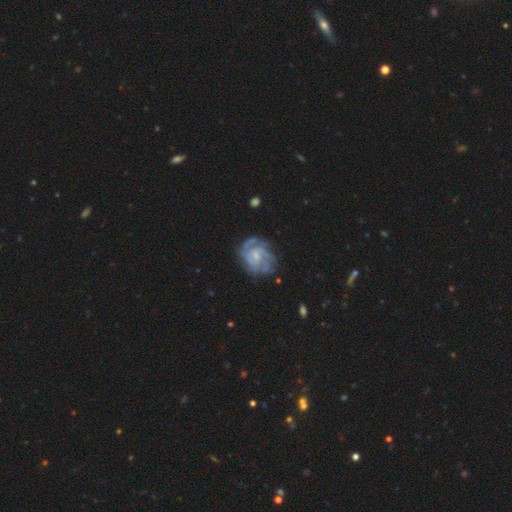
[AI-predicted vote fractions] Overall: featured or disk (85%). Edge-on disk: no (98%). Bar: no (52%; weak 41%). Spiral arms: yes (95%). Spiral arm count: 3 (29%; can't tell 25%). Spiral winding: tight (56%; medium 37%). Bulge size: small (56%; moderate 21%). Merging: none (67%).